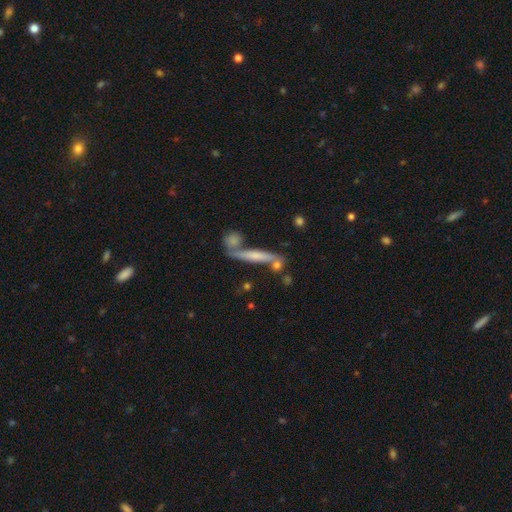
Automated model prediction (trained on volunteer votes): Morphology: type=featured or disk (51%); edge-on=yes (84%); merging=none (62%).